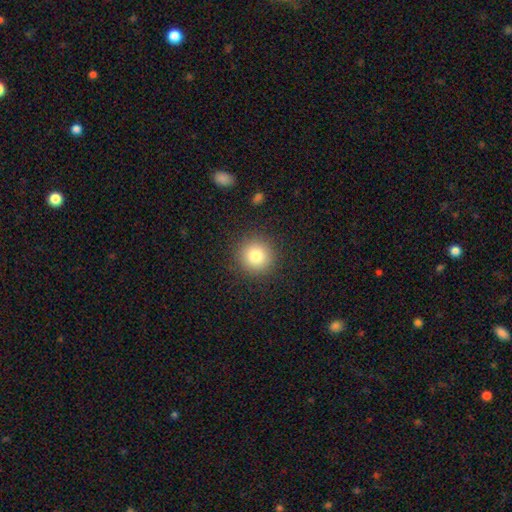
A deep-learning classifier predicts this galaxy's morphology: This appears to be a smooth galaxy with no disk features (81%) that is round (94%). Merging: none (90%).